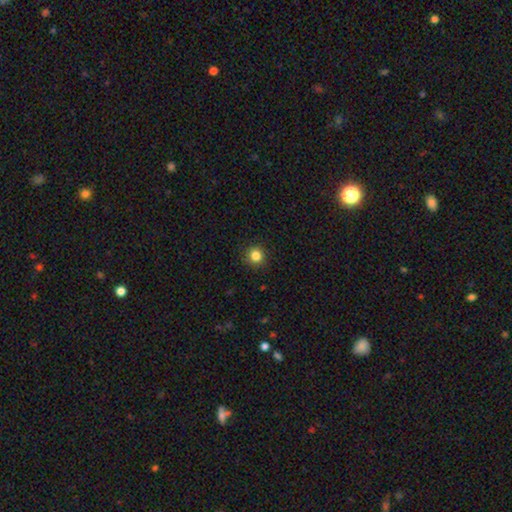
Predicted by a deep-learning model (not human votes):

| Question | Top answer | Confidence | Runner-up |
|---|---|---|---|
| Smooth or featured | smooth | 84% | star or artifact (12%) |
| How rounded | round | 92% | in between (8%) |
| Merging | none | 91% | minor disturbance (6%) |